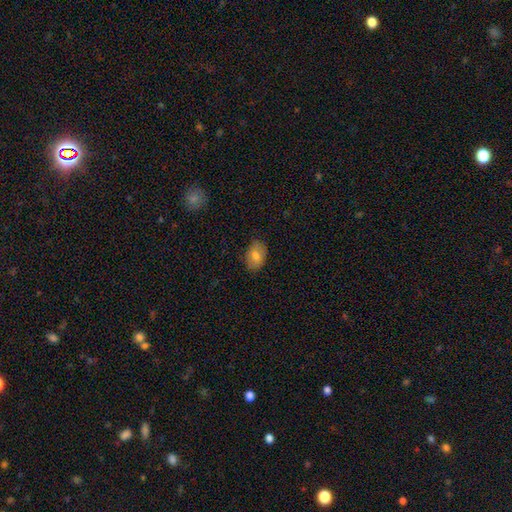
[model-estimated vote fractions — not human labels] This is likely a smooth galaxy (74%). How rounded: clearly in between (85%). Merging: clearly none (83%).